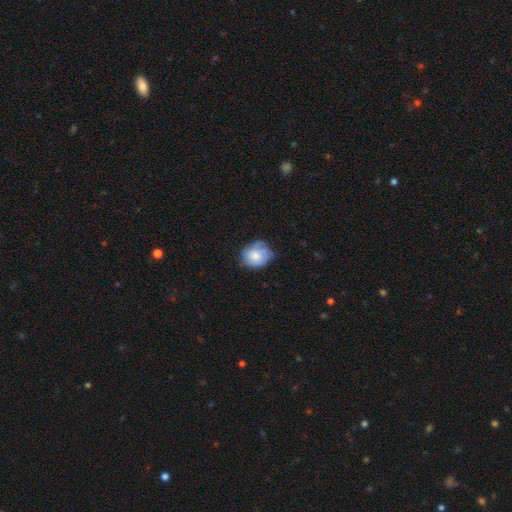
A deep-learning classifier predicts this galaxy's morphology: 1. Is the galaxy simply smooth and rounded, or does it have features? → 65% smooth, 28% featured or disk, 8% star or artifact.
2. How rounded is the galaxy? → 67% round, 32% in between, 1% cigar-shaped.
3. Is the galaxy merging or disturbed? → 55% none, 33% minor disturbance, 10% major disturbance, 2% merger.